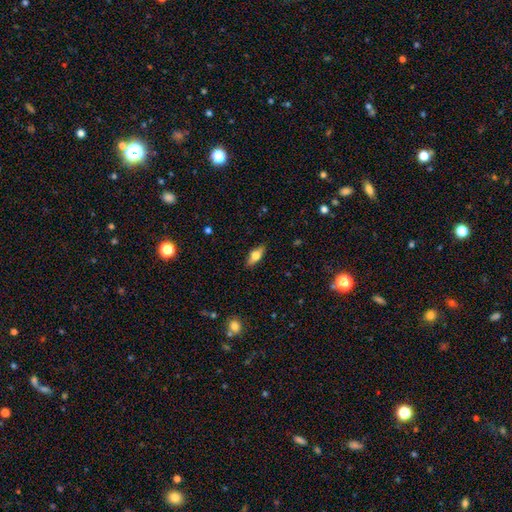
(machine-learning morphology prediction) Smooth or featured? smooth (64%)
How rounded? in between (74%)
Merging? none (86%)